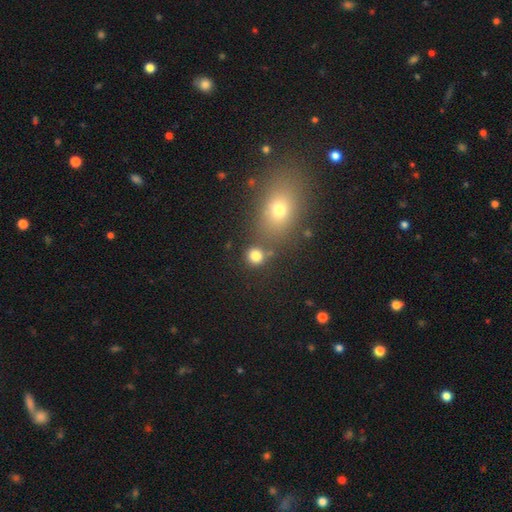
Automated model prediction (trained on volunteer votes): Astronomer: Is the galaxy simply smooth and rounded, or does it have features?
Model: smooth — 80%.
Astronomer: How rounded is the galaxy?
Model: round — 85%.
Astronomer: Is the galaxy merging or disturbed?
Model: none — 73%.